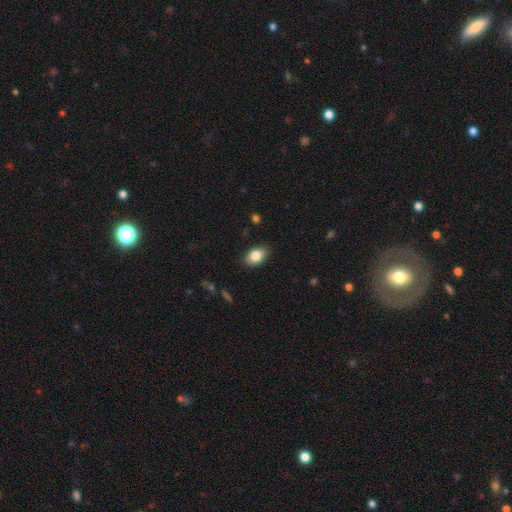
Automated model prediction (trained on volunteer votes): smooth-or-featured: smooth: 84% | featured or disk: 8% | star or artifact: 8%
  how-rounded: in between: 85% | round: 14% | cigar-shaped: 1%
  merging: none: 86% | minor disturbance: 11% | major disturbance: 2% | merger: 1%